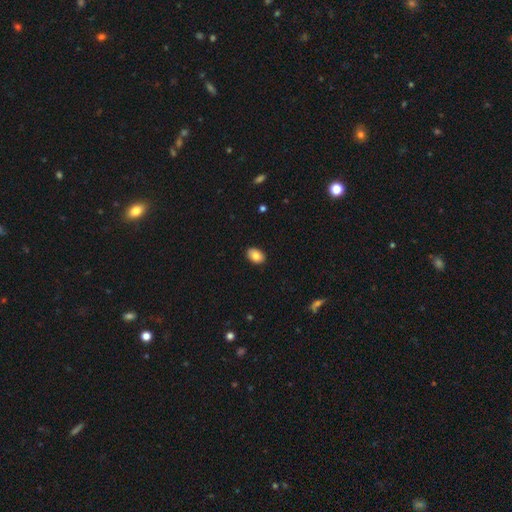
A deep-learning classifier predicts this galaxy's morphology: smooth_or_featured: smooth (p=0.85) [alt: star or artifact p=0.08]
how_rounded: in between (p=0.85) [alt: round p=0.14]
merging: none (p=0.90) [alt: minor disturbance p=0.08]